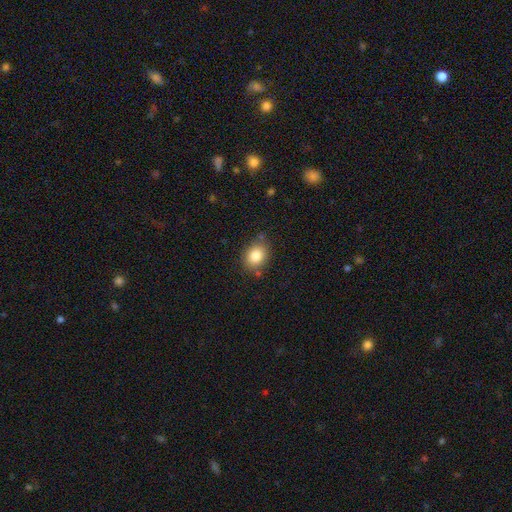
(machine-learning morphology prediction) Q: Smooth or featured?
A: smooth (84%); runner-up: star or artifact (9%)
Q: How rounded?
A: in between (54%); runner-up: round (45%)
Q: Merging?
A: none (76%); runner-up: minor disturbance (16%)